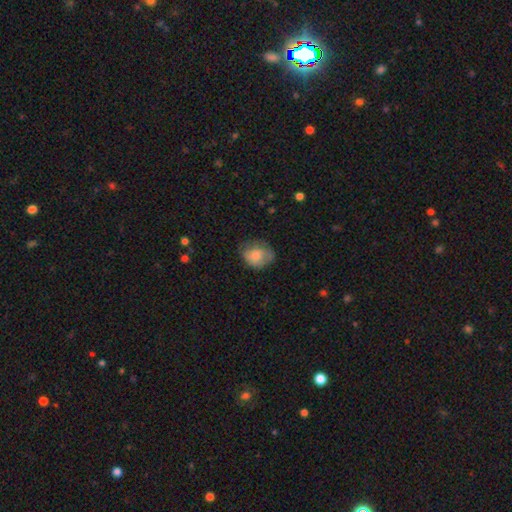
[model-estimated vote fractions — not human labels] smooth_or_featured: smooth (p=0.73) [alt: featured or disk p=0.19]
how_rounded: round (p=0.52) [alt: in between p=0.47]
merging: none (p=0.55) [alt: minor disturbance p=0.30]